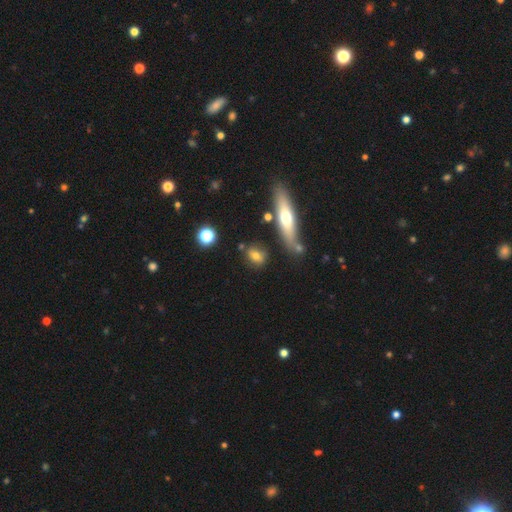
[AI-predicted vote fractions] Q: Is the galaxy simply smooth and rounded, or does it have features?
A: smooth — 71%.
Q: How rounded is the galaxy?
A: in between — 48%.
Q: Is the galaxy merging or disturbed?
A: none — 75%.